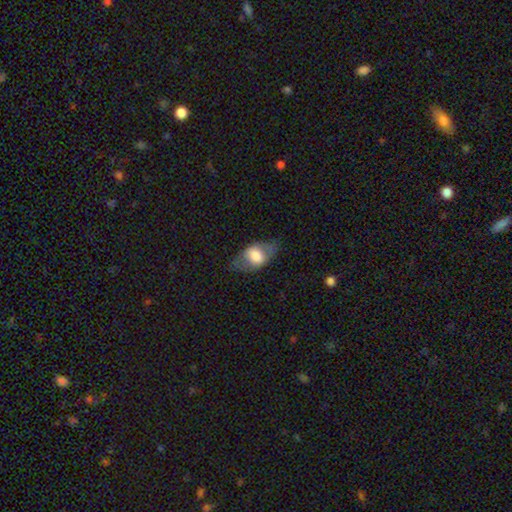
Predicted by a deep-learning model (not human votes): The model was most divided on "smooth or featured": smooth: 57%, featured or disk: 36%, star or artifact: 7%. More confident: how rounded — in between (85%); merging — none (72%).